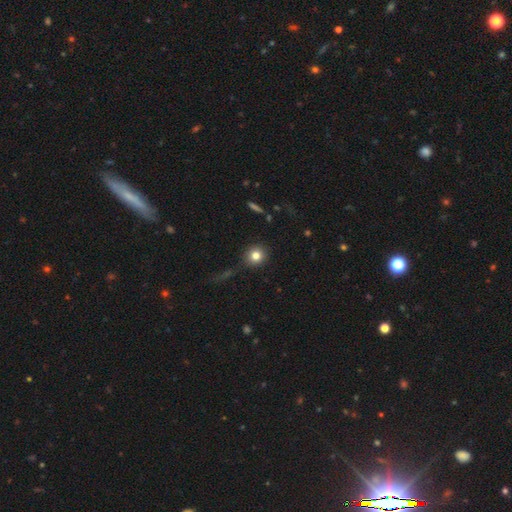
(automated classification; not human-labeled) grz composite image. It shows a smooth galaxy with no disk features (80%) that is round (89%). Merging: none (85%).